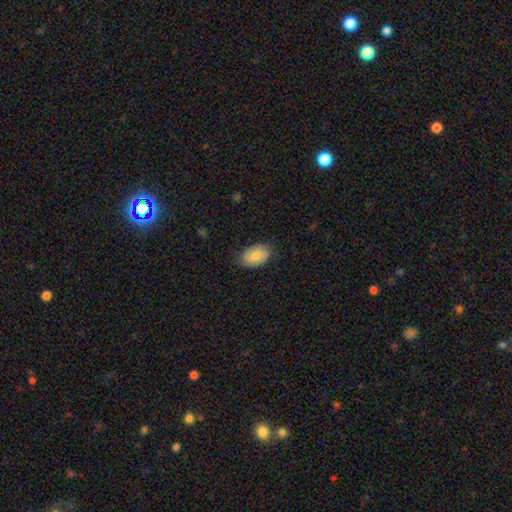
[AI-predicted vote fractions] A smooth galaxy with no disk features (71%) that is in between round and cigar-shaped (90%). Merging: none (74%).